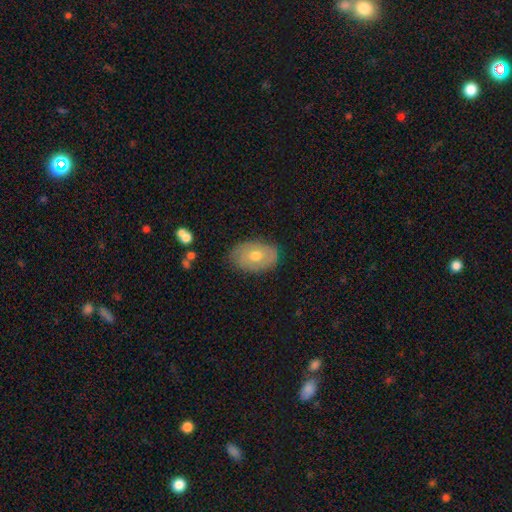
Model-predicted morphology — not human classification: A smooth galaxy with no disk features (57%) that is in between round and cigar-shaped (85%).

Vote fractions:
- Smooth or featured? smooth: 57% / featured or disk: 36% / star or artifact: 7%
- How rounded? in between: 85% / round: 13% / cigar-shaped: 1%
- Merging? none: 80% / minor disturbance: 16% / major disturbance: 3% / merger: 1%